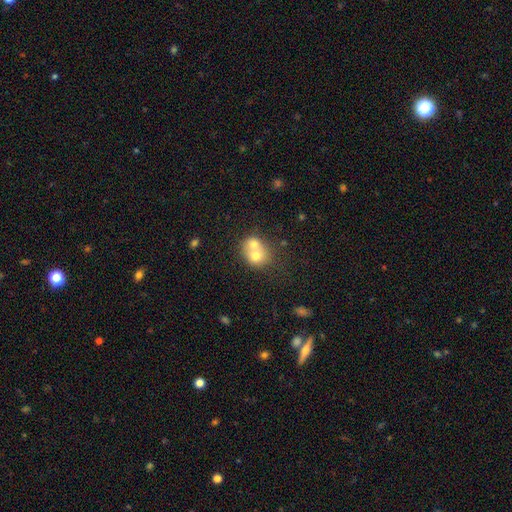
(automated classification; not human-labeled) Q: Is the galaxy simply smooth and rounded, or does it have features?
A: smooth — 65%.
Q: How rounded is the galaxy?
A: round — 66%.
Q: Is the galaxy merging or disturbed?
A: merger — 70%.